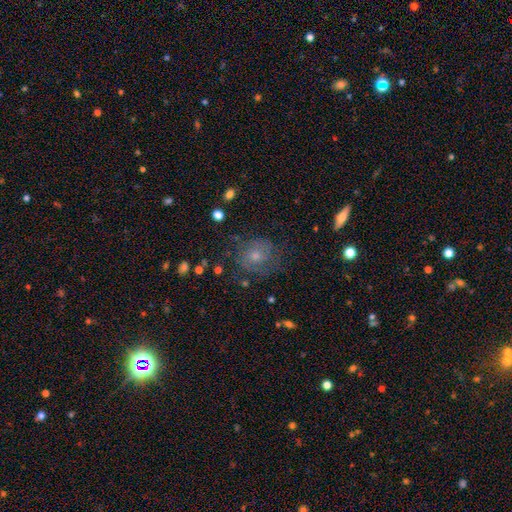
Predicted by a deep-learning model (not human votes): Smooth or featured?
  - featured or disk: 46% *
  - smooth: 38%
  - star or artifact: 16%
Merging?
  - none: 67% *
  - minor disturbance: 19%
  - major disturbance: 12%
  - merger: 2%